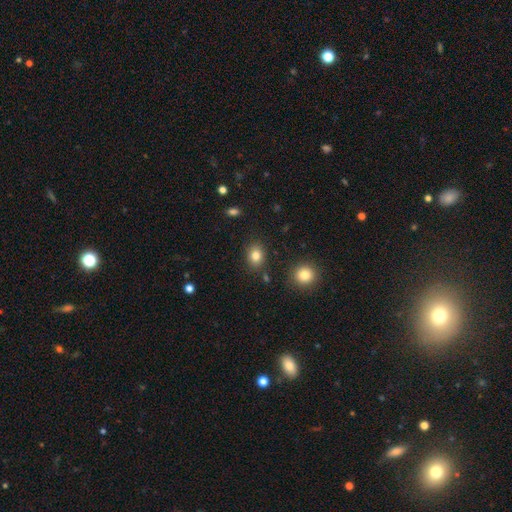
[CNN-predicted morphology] This appears to be a smooth galaxy with no disk features (82%) that is in between round and cigar-shaped (53%). Merging: none (83%).